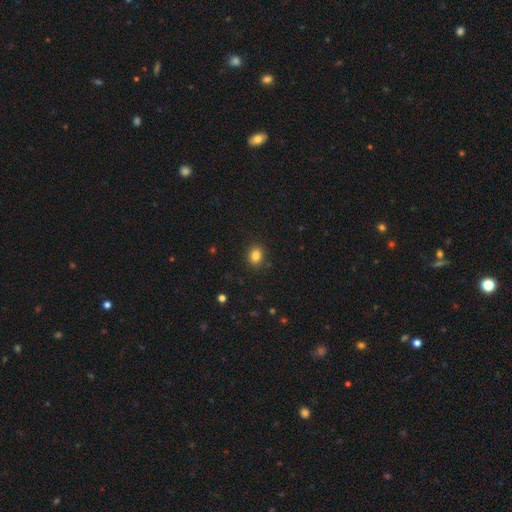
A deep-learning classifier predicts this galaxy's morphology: Overall: smooth (84%). How rounded: in between (53%; round 46%). Merging: none (88%).